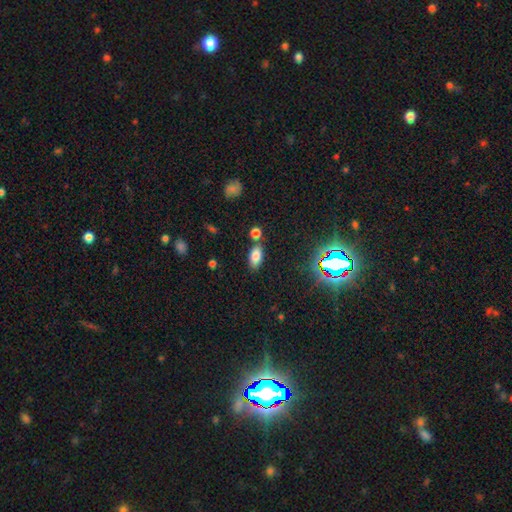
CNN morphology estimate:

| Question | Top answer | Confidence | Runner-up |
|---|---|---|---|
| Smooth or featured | smooth | 78% | star or artifact (14%) |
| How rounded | in between | 89% | cigar-shaped (5%) |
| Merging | none | 73% | merger (12%) |